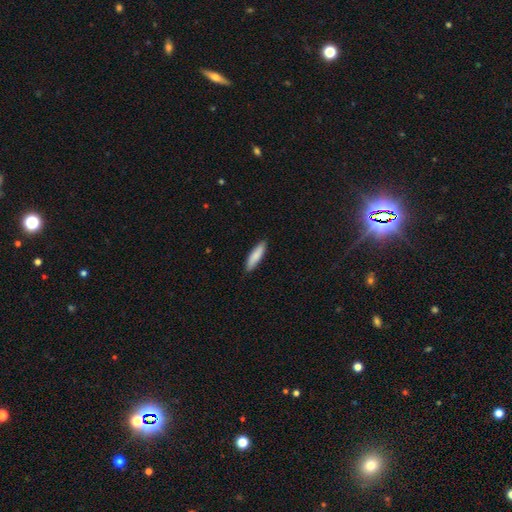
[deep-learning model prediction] A smooth galaxy with no disk features (85%) that is cigar-shaped (71%).

Vote fractions:
- Smooth or featured? smooth: 85% / featured or disk: 10% / star or artifact: 5%
- How rounded? cigar-shaped: 71% / in between: 28% / round: 1%
- Merging? none: 88% / minor disturbance: 9% / major disturbance: 2% / merger: 1%